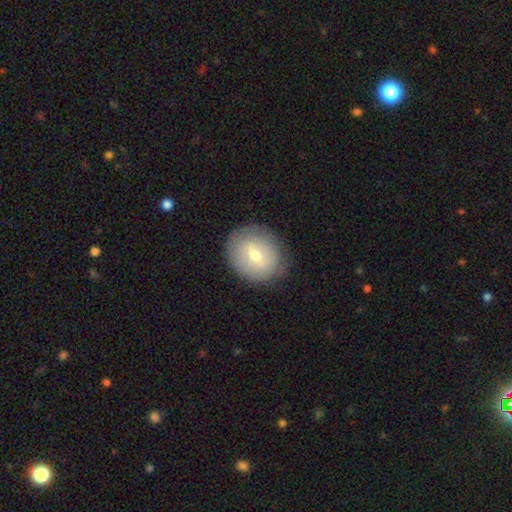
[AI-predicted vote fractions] Q: Smooth or featured?
A: smooth (61%); runner-up: featured or disk (31%)
Q: How rounded?
A: round (72%); runner-up: in between (27%)
Q: Merging?
A: none (83%); runner-up: minor disturbance (12%)